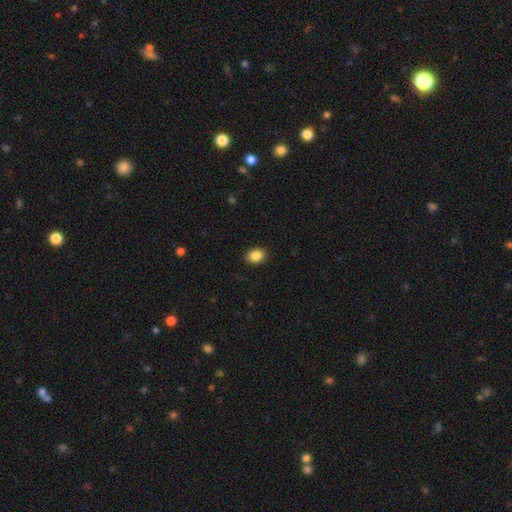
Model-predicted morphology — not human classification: A smooth galaxy with no disk features (87%) that is in between round and cigar-shaped (65%). Merging: none (90%).